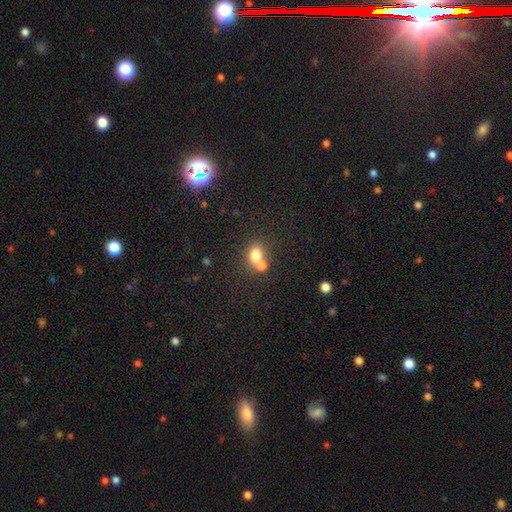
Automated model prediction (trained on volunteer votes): Smooth or featured? smooth (75%)
How rounded? round (51%)
Merging? merger (48%)